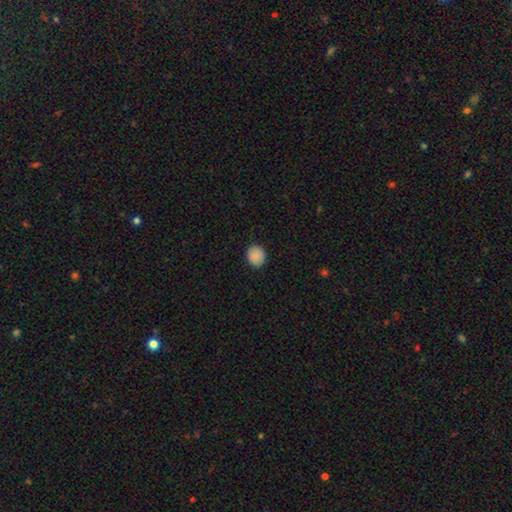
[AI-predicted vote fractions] Overall: smooth (89%). How rounded: round (69%; in between 31%). Merging: none (89%).